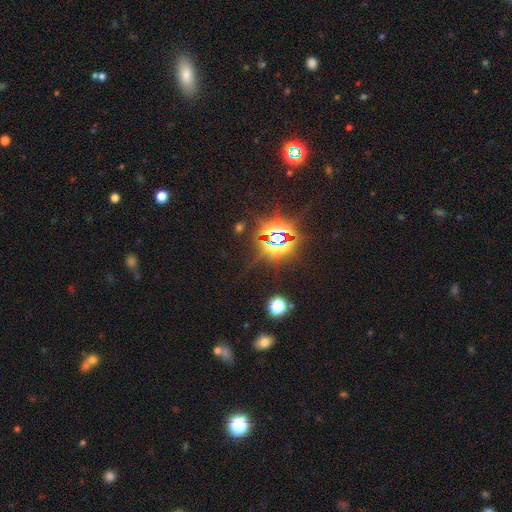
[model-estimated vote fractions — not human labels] This is clearly a star or artifact rather than a galaxy (82%).